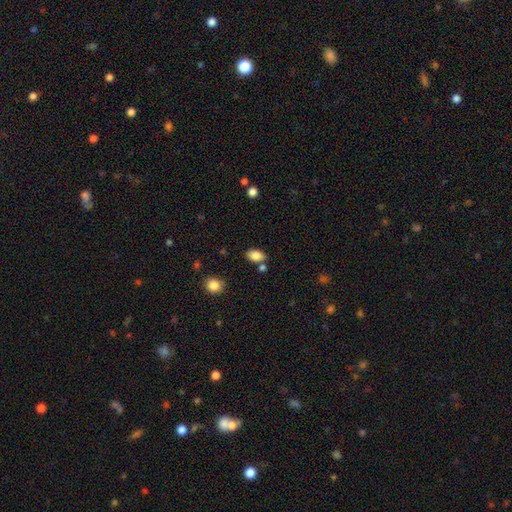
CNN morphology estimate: The model was most divided on "merging": none: 73%, minor disturbance: 12%, merger: 12%, major disturbance: 3%. More confident: how rounded — in between (88%); smooth or featured — smooth (85%).